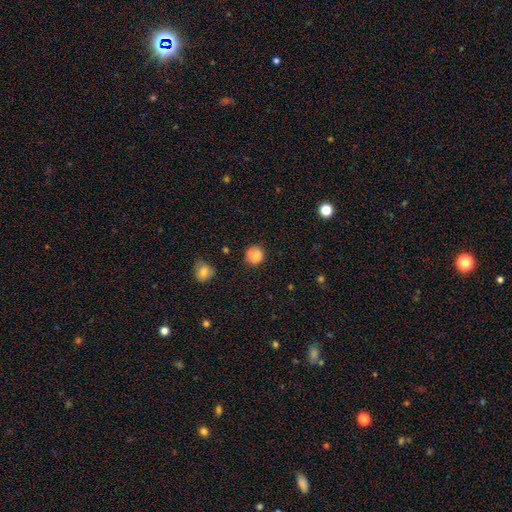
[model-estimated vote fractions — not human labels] smooth-or-featured: smooth: 79% | featured or disk: 12% | star or artifact: 10%
  how-rounded: round: 88% | in between: 11% | cigar-shaped: 1%
  merging: none: 69% | minor disturbance: 23% | major disturbance: 5% | merger: 3%